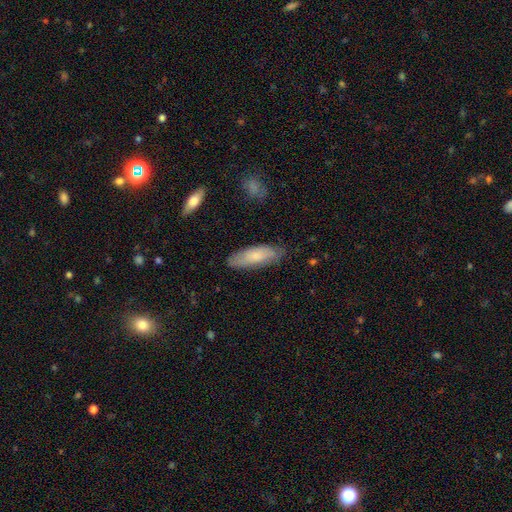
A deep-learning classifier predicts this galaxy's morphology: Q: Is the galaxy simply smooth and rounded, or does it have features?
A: smooth — 73%.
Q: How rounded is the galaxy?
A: in between — 52%.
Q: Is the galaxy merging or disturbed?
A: none — 80%.